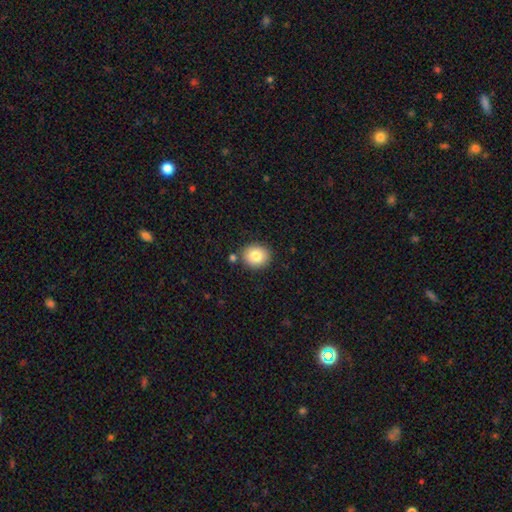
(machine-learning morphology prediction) This is clearly a smooth galaxy (82%). How rounded: likely round (74%). Merging: clearly none (84%).